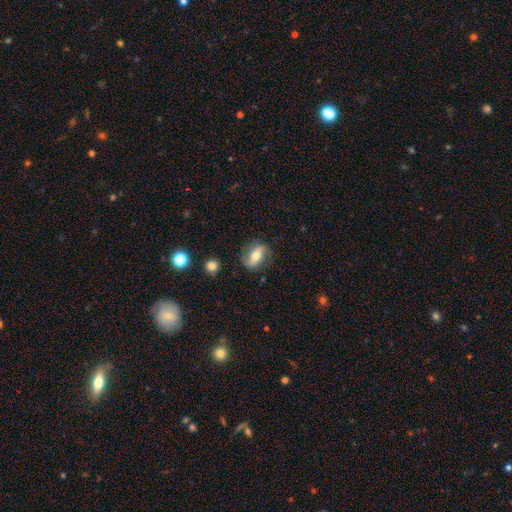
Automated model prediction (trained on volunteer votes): Smooth or featured: featured or disk — 54% (smooth — 39%)
Edge-on disk: no — 88% (yes — 12%)
Merging: none — 78% (minor disturbance — 15%)